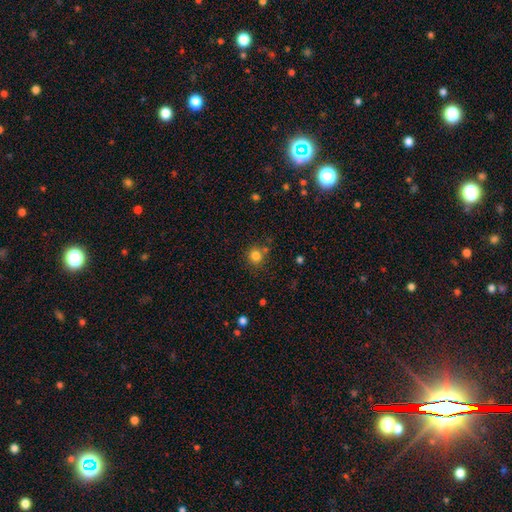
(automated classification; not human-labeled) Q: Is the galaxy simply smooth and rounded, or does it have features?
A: smooth — 82%.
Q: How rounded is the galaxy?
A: round — 88%.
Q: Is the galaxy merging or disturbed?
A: none — 74%.